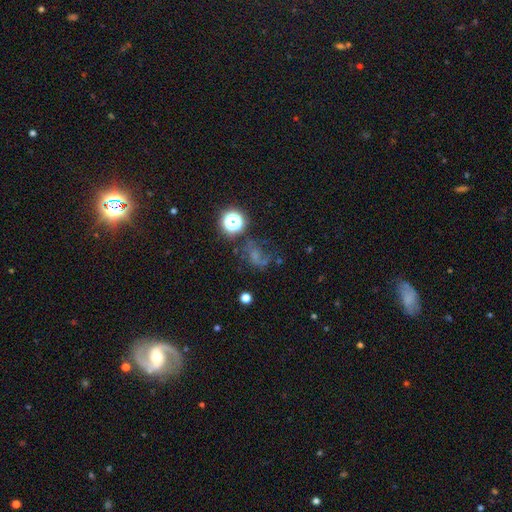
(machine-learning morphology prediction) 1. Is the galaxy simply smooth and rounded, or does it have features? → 40% smooth, 34% star or artifact, 27% featured or disk.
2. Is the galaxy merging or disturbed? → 43% none, 27% major disturbance, 22% minor disturbance, 8% merger.